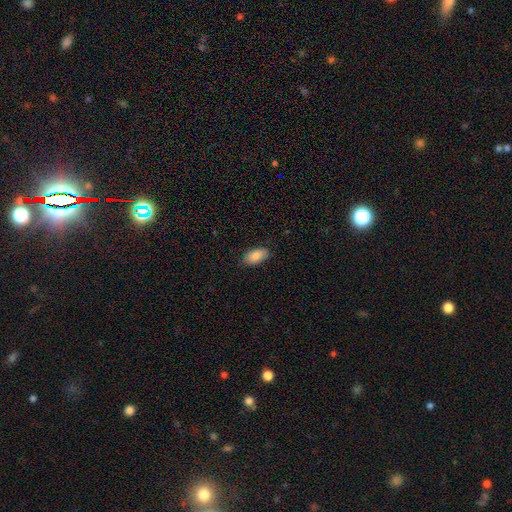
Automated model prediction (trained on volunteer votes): Q: Smooth or featured?
A: smooth (86%); runner-up: featured or disk (7%)
Q: How rounded?
A: in between (94%); runner-up: cigar-shaped (3%)
Q: Merging?
A: none (83%); runner-up: minor disturbance (13%)